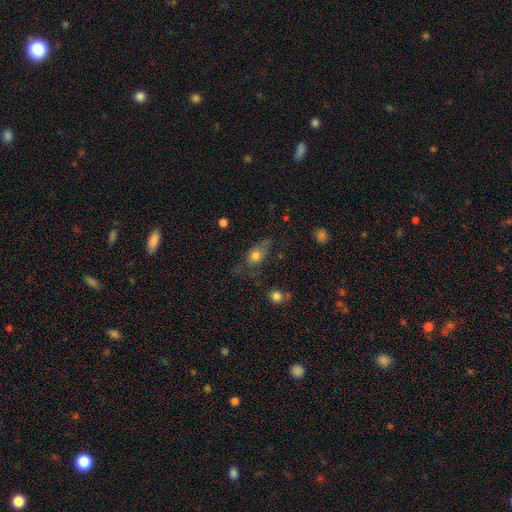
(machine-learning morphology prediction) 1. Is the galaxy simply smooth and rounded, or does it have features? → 72% smooth, 18% featured or disk, 10% star or artifact.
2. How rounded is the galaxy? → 71% in between, 20% round, 9% cigar-shaped.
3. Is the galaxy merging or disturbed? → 43% none, 30% minor disturbance, 22% major disturbance, 5% merger.